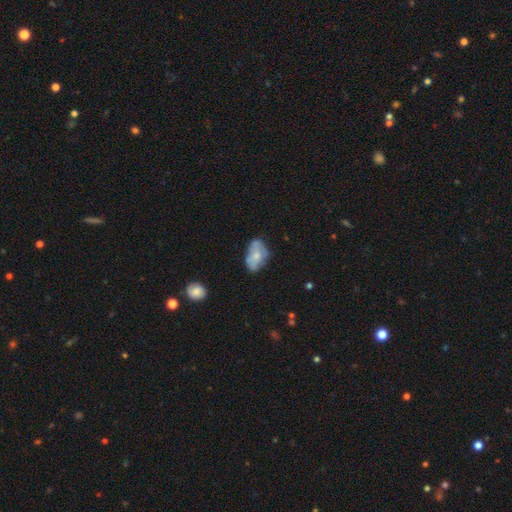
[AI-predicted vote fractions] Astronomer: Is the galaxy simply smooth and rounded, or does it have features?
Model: smooth — 57% (runner-up: featured or disk, 35%).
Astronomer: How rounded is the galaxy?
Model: in between — 90%.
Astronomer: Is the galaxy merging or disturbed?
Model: none — 49% (runner-up: minor disturbance, 34%).